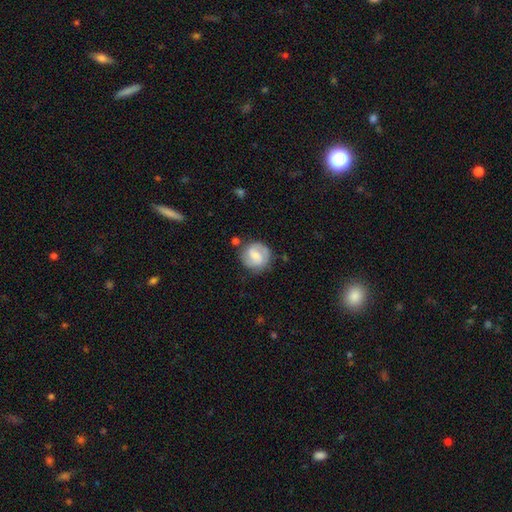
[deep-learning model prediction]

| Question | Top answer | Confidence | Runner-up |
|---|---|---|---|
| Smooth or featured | featured or disk | 62% | smooth (31%) |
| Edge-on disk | no | 98% | yes (2%) |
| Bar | weak | 55% | no (26%) |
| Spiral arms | yes | 88% | no (12%) |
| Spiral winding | medium | 45% | tight (36%) |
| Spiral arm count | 2 | 82% | can't tell (9%) |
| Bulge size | small | 46% | moderate (43%) |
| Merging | none | 75% | minor disturbance (16%) |